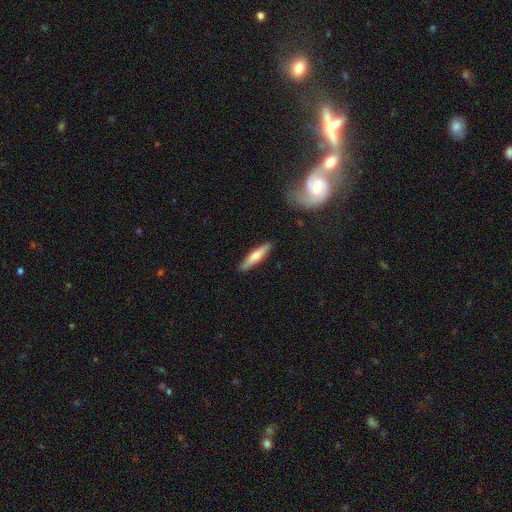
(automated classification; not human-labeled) Smooth or featured? smooth (65%)
How rounded? cigar-shaped (85%)
Merging? none (88%)